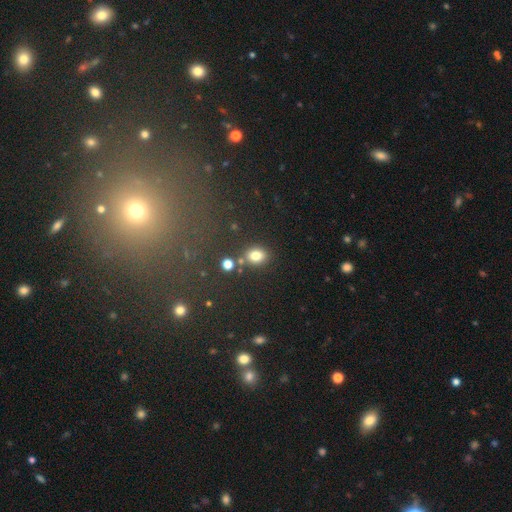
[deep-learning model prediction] A smooth galaxy with no disk features (79%) that is round (55%).

Vote fractions:
- Smooth or featured? smooth: 79% / star or artifact: 13% / featured or disk: 7%
- How rounded? round: 55% / in between: 44% / cigar-shaped: 1%
- Merging? none: 74% / minor disturbance: 11% / merger: 11% / major disturbance: 4%